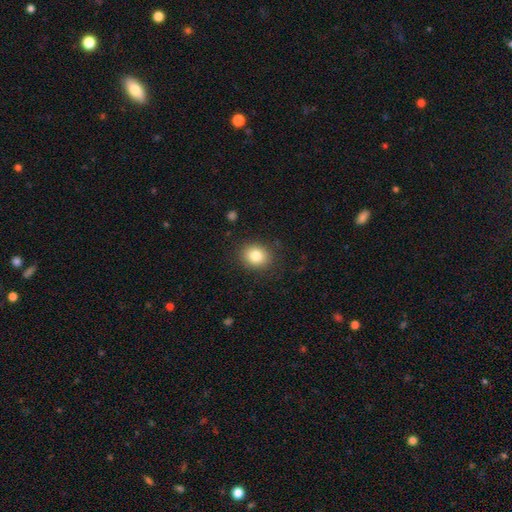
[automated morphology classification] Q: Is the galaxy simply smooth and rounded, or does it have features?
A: smooth — 82%.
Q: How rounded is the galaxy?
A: round — 66%.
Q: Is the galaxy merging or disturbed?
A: none — 87%.